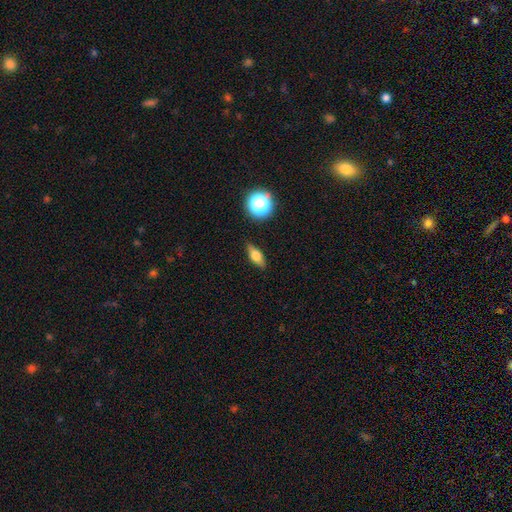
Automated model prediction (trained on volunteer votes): Smooth or featured? Predicted: smooth (p=0.58). How rounded? Predicted: in between (p=0.63). Merging? Predicted: none (p=0.86).